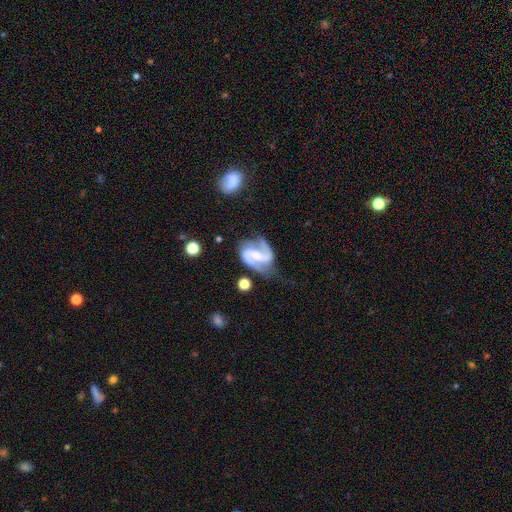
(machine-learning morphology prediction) A featured or disk galaxy (89%) with a weak bar (40%), 2 (92%) medium (54%) spiral arms (97%) and a small central bulge (36%).

Vote fractions:
- Smooth or featured? featured or disk: 89% / smooth: 6% / star or artifact: 5%
- Edge-on disk? no: 98% / yes: 2%
- Bar? weak: 40% / strong: 37% / no: 23%
- Spiral arms? yes: 97% / no: 3%
- Spiral winding? medium: 54% / loose: 28% / tight: 18%
- Spiral arm count? 2: 92% / can't tell: 3% / 1: 2% / 3: 2% / 4: 1% / more than 4: 1%
- Bulge size? small: 36% / none: 34% / moderate: 24% / large: 5% / dominant: 1%
- Merging? none: 61% / minor disturbance: 22% / major disturbance: 13% / merger: 4%